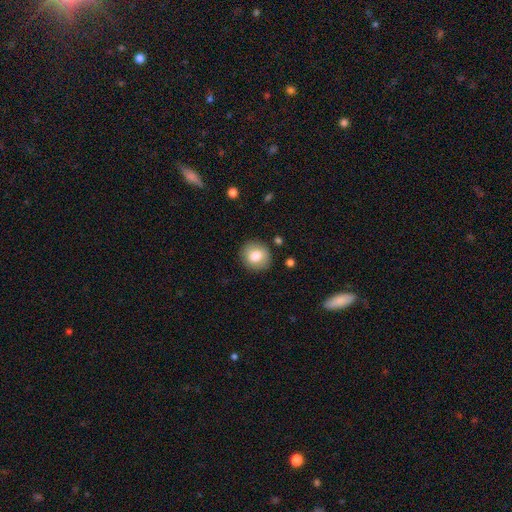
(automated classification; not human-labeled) Morphology: type=smooth (79%); roundness=round (83%); merging=none (88%).